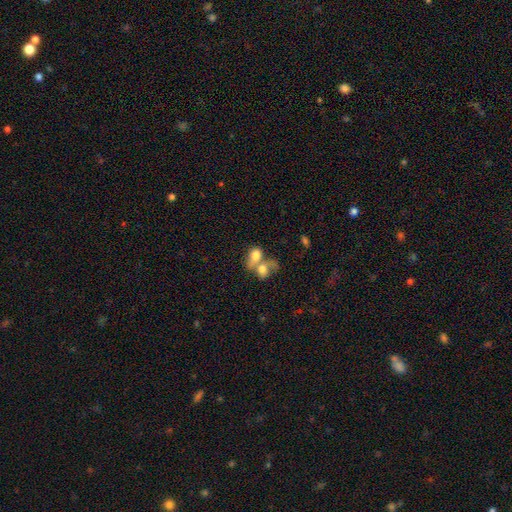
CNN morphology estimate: smooth_or_featured: smooth (p=0.71) [alt: featured or disk p=0.19]
how_rounded: in between (p=0.60) [alt: round p=0.38]
merging: merger (p=0.71) [alt: none p=0.16]